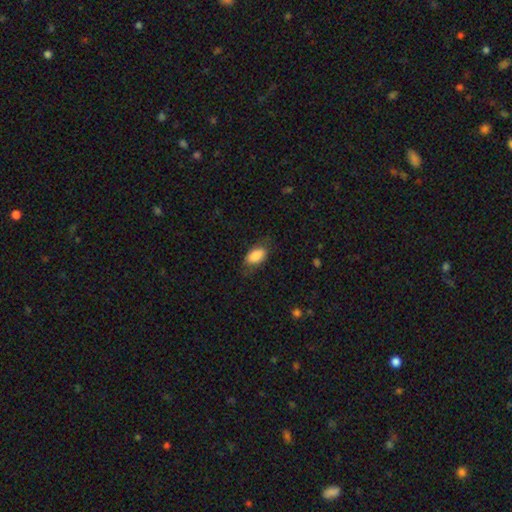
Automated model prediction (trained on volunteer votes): Smooth or featured? smooth (83%)
How rounded? in between (92%)
Merging? none (69%)